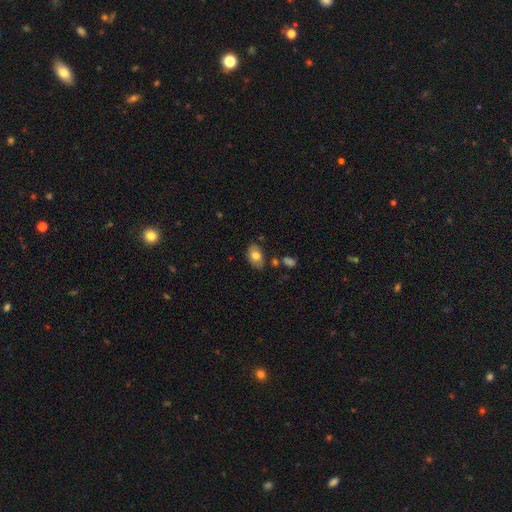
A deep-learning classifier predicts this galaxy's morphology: smooth 77%, featured or disk 16%, star or artifact 8%. Down the decision tree: how rounded — in between (89%); merging — none (77%).